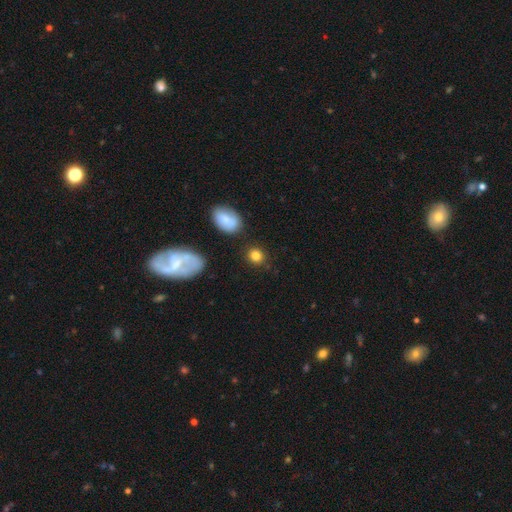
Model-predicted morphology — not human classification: smooth 83%, star or artifact 11%, featured or disk 6%. Down the decision tree: how rounded — round (79%); merging — none (84%).